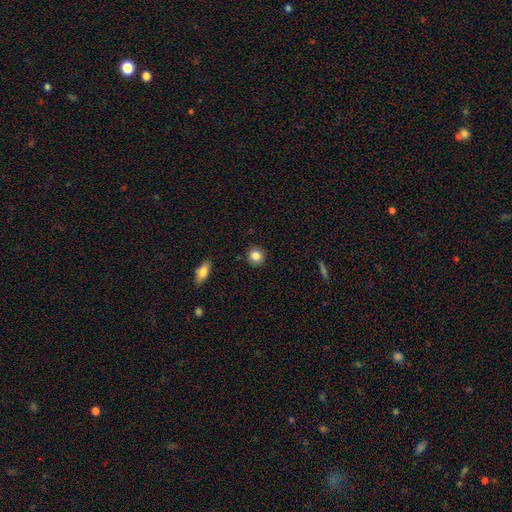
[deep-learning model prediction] Smooth or featured? Predicted: smooth (p=0.85). How rounded? Predicted: round (p=0.90). Merging? Predicted: none (p=0.90).